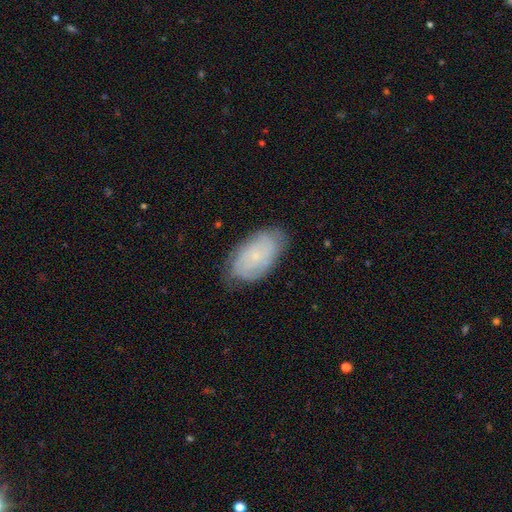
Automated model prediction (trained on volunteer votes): Q: Smooth or featured?
A: featured or disk (56%); runner-up: smooth (36%)
Q: Edge-on disk?
A: no (95%); runner-up: yes (5%)
Q: Bar?
A: no (82%); runner-up: weak (15%)
Q: Spiral arms?
A: yes (84%); runner-up: no (16%)
Q: Bulge size?
A: small (82%); runner-up: moderate (10%)
Q: Merging?
A: none (75%); runner-up: minor disturbance (19%)